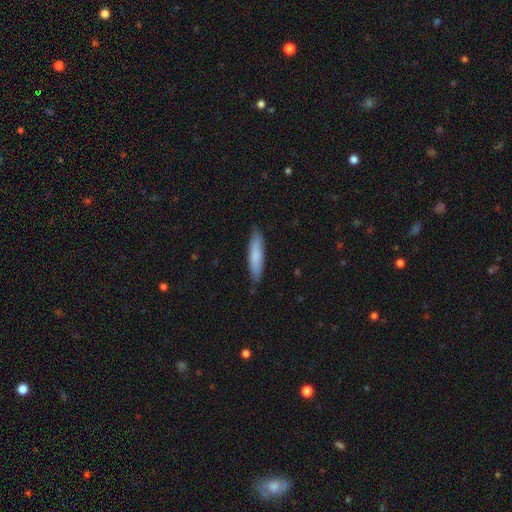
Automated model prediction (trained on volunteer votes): This appears to be a smooth galaxy with no disk features (78%) that is cigar-shaped (81%). Merging: none (85%).